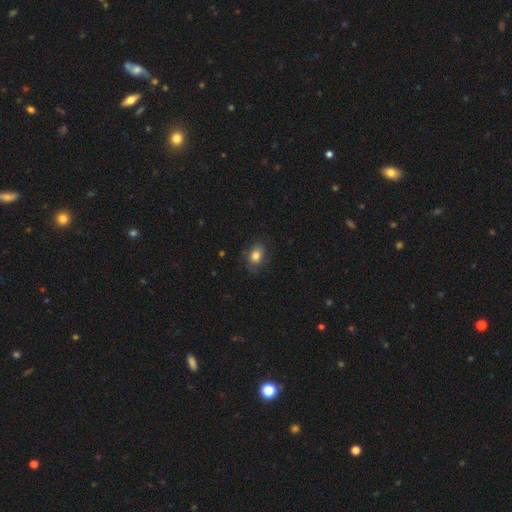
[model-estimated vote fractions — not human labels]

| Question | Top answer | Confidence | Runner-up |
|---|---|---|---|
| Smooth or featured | smooth | 80% | featured or disk (10%) |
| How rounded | in between | 66% | round (32%) |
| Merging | none | 75% | minor disturbance (18%) |